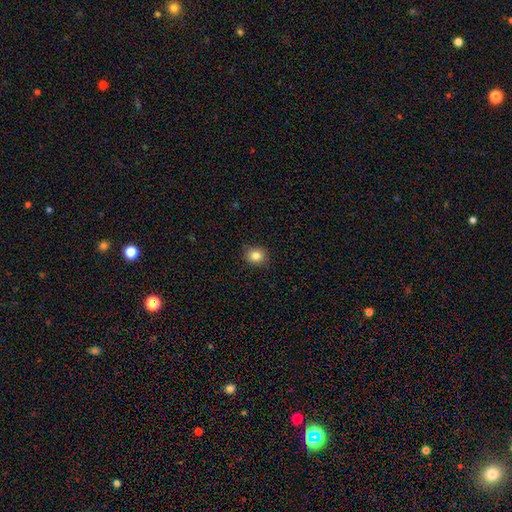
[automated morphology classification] A smooth galaxy with no disk features (84%) that is round (73%). Merging: none (89%).